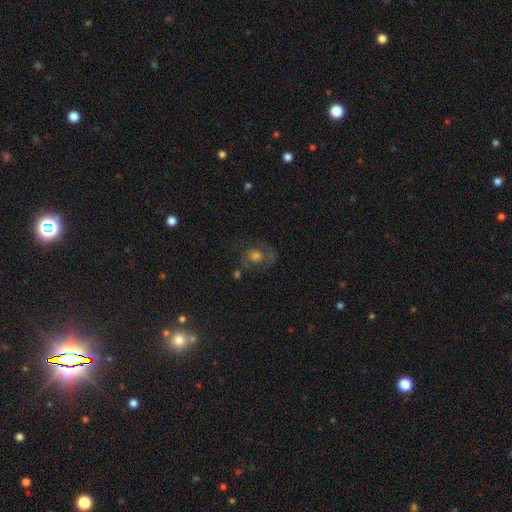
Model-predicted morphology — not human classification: This is possibly a featured or disk galaxy (48%). Merging: possibly none (57%).